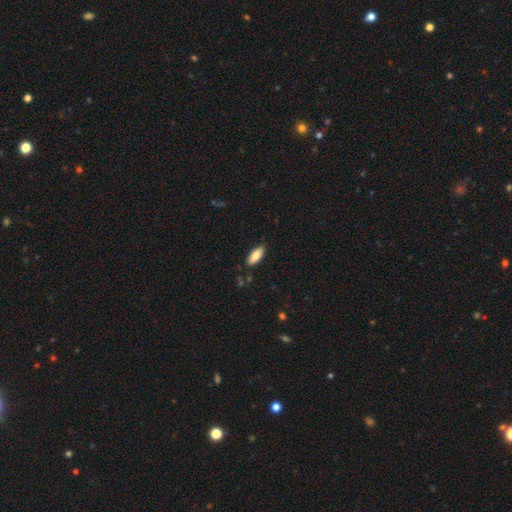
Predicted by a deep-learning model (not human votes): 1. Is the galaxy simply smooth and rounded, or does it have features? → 78% smooth, 16% featured or disk, 6% star or artifact.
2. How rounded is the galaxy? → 82% in between, 16% cigar-shaped, 2% round.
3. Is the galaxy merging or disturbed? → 87% none, 10% minor disturbance, 2% major disturbance, 1% merger.